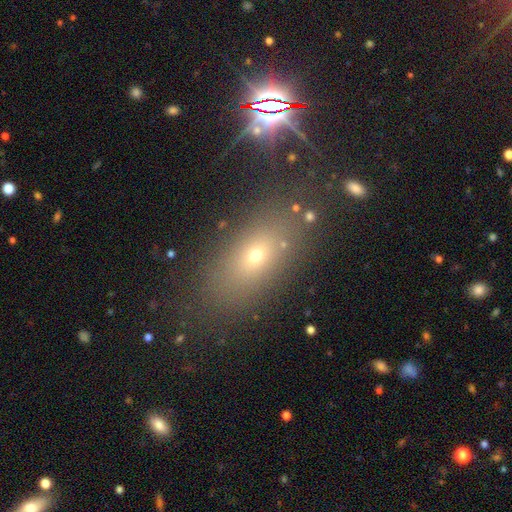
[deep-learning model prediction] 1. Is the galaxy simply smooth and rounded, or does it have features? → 55% smooth, 26% star or artifact, 19% featured or disk.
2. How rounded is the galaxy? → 72% in between, 16% round, 12% cigar-shaped.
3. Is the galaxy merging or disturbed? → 81% none, 10% minor disturbance, 5% major disturbance, 4% merger.